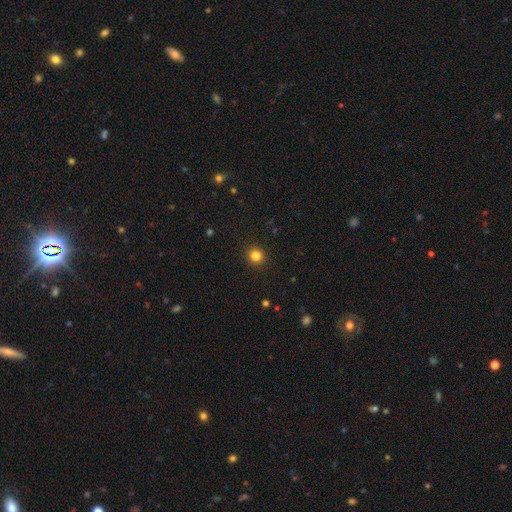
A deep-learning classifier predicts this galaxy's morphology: Smooth or featured? Predicted: smooth (p=0.83). How rounded? Predicted: round (p=0.91). Merging? Predicted: none (p=0.92).